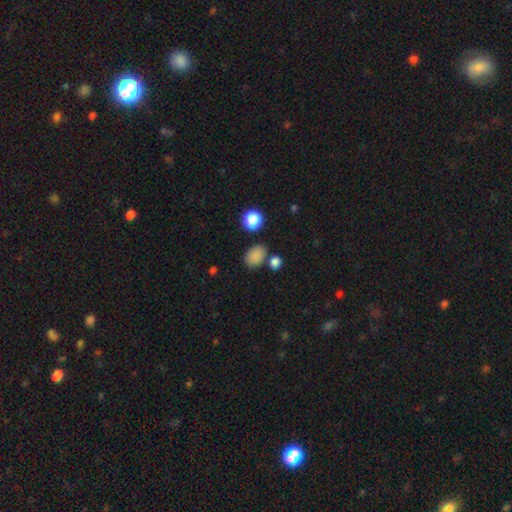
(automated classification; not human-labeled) smooth-or-featured: smooth: 84% | star or artifact: 11% | featured or disk: 4%
  how-rounded: in between: 68% | round: 31% | cigar-shaped: 1%
  merging: none: 70% | minor disturbance: 15% | merger: 11% | major disturbance: 4%